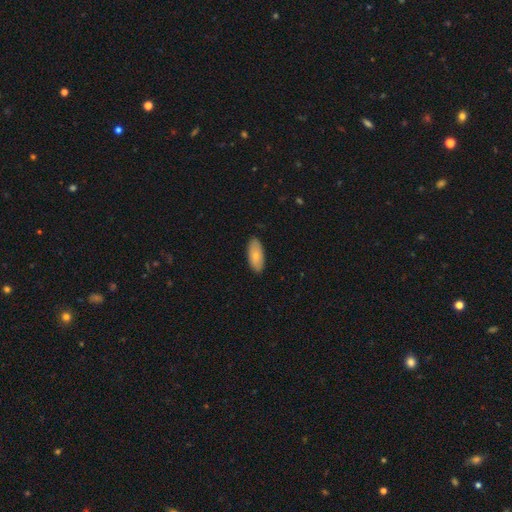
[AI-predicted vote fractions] smooth 77%, featured or disk 17%, star or artifact 6%. Down the decision tree: how rounded — in between (88%); merging — none (87%).